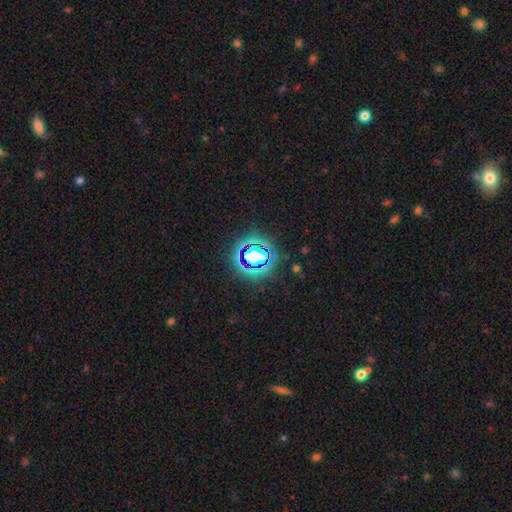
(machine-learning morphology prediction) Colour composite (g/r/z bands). It shows a star or artifact, not a galaxy (73%).